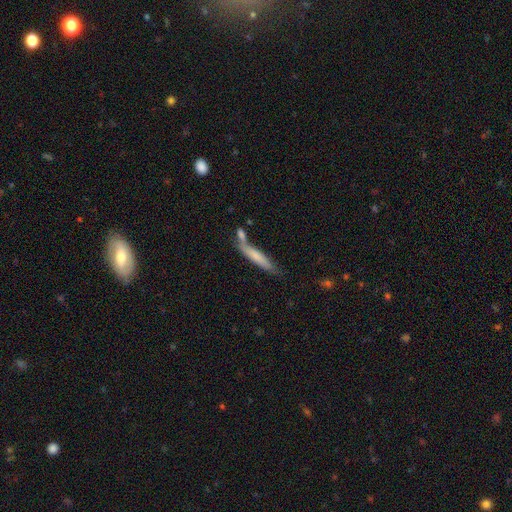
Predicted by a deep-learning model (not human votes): Q: Smooth or featured?
A: smooth (65%); runner-up: featured or disk (28%)
Q: How rounded?
A: cigar-shaped (90%); runner-up: in between (9%)
Q: Merging?
A: none (55%); runner-up: merger (22%)